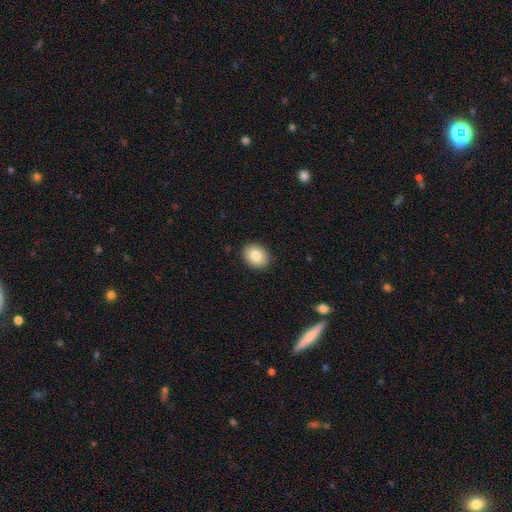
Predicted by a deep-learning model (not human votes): smooth-or-featured: smooth: 84% | star or artifact: 8% | featured or disk: 8%
  how-rounded: in between: 59% | round: 40% | cigar-shaped: 1%
  merging: none: 89% | minor disturbance: 8% | major disturbance: 2% | merger: 1%